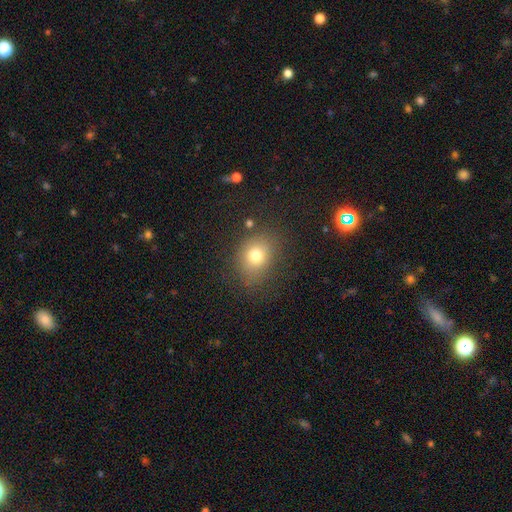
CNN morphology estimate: Smooth or featured: smooth — 76% (star or artifact — 13%)
How rounded: round — 53% (in between — 46%)
Merging: none — 77% (minor disturbance — 14%)